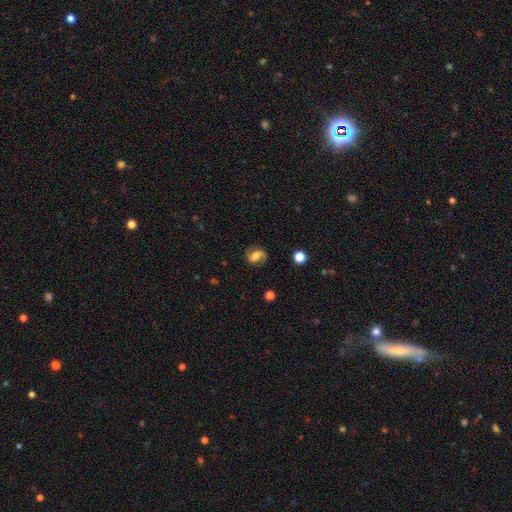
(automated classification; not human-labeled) A featured or disk galaxy (53%) with a weak bar (42%), spiral arms (89%) and a moderate central bulge (47%). Merging: none (78%).